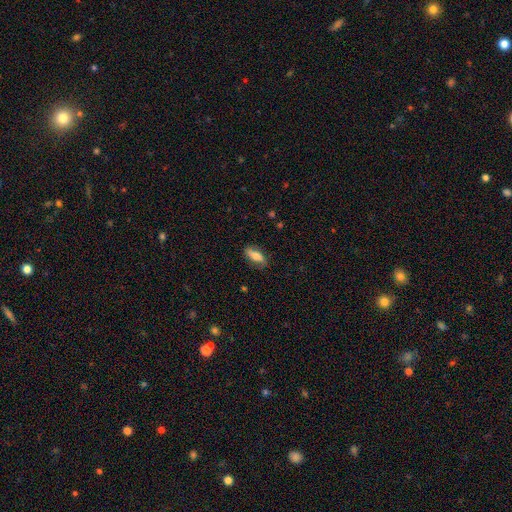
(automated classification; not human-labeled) Smooth or featured: smooth — 70% (featured or disk — 23%)
How rounded: in between — 77% (cigar-shaped — 21%)
Merging: none — 75% (minor disturbance — 19%)